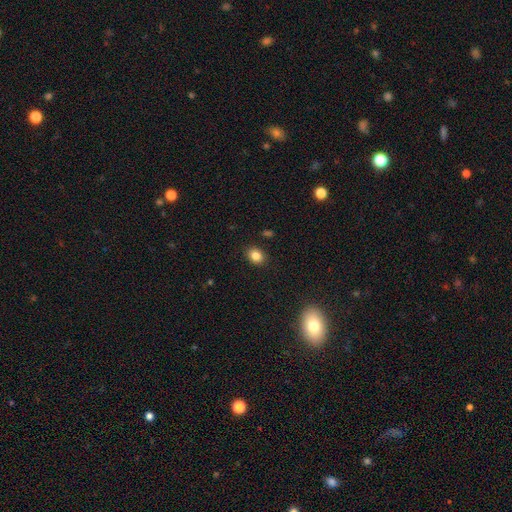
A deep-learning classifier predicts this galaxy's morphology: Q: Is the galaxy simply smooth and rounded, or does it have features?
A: smooth — 84%.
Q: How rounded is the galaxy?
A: in between — 53%.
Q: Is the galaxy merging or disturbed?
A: none — 88%.